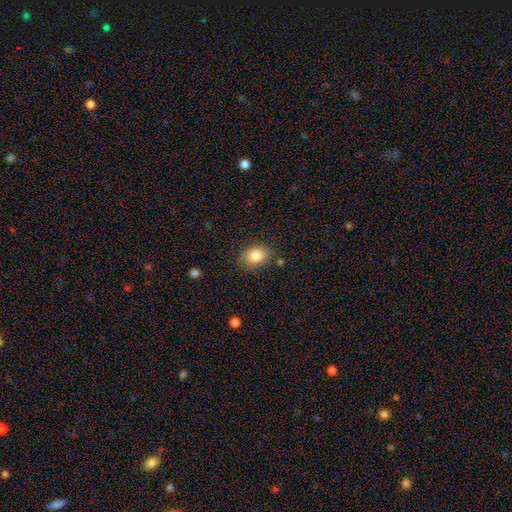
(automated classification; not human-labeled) Q: Smooth or featured?
A: smooth (83%); runner-up: star or artifact (9%)
Q: How rounded?
A: in between (58%); runner-up: round (41%)
Q: Merging?
A: none (82%); runner-up: minor disturbance (13%)